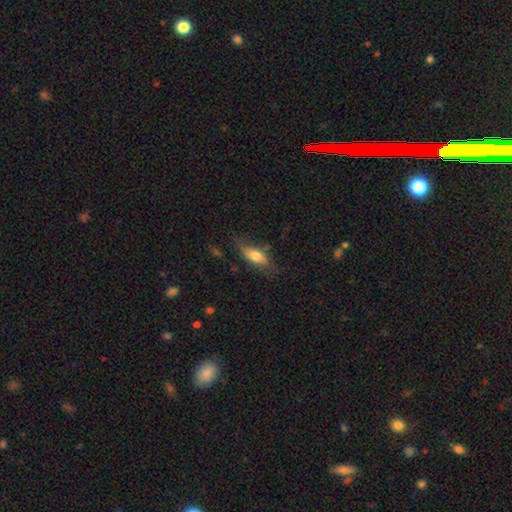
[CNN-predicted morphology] A smooth galaxy with no disk features (65%) that is in between round and cigar-shaped (75%).

Vote fractions:
- Smooth or featured? smooth: 65% / featured or disk: 28% / star or artifact: 7%
- How rounded? in between: 75% / cigar-shaped: 22% / round: 3%
- Merging? none: 63% / minor disturbance: 25% / major disturbance: 9% / merger: 2%